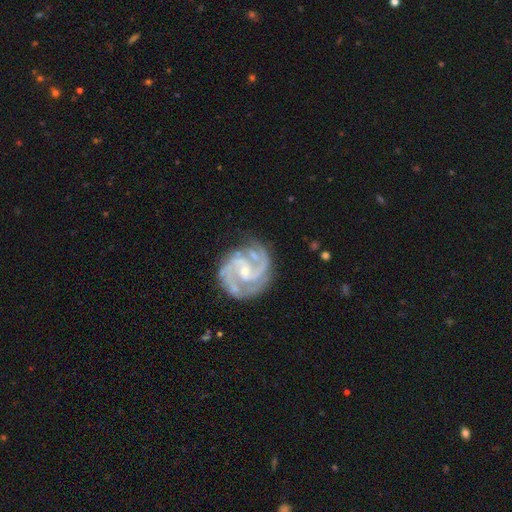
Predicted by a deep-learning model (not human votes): Smooth or featured? featured or disk (92%)
Edge-on disk? no (98%)
Bar? weak (46%)
Spiral arms? yes (98%)
Spiral winding? medium (52%)
Spiral arm count? 2 (59%)
Bulge size? small (62%)
Merging? none (74%)